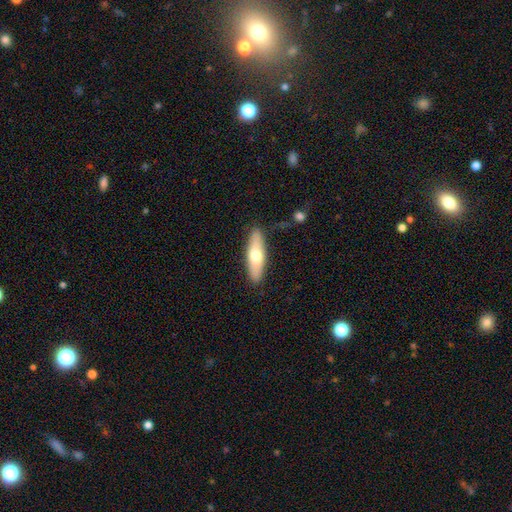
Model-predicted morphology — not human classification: smooth-or-featured: smooth: 60% | featured or disk: 35% | star or artifact: 5%
  how-rounded: cigar-shaped: 56% | in between: 42% | round: 2%
  merging: none: 86% | minor disturbance: 10% | major disturbance: 2% | merger: 2%